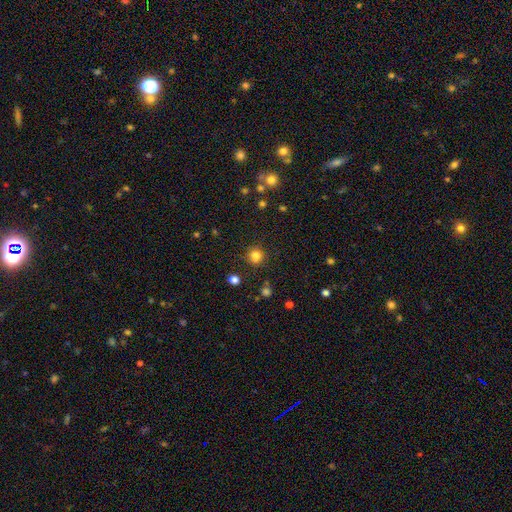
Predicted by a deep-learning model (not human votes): Smooth or featured: smooth — 81% (star or artifact — 14%)
How rounded: round — 90% (in between — 9%)
Merging: none — 83% (minor disturbance — 10%)